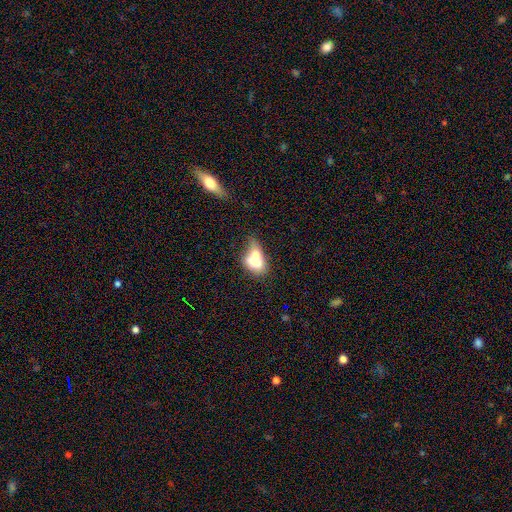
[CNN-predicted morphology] Smooth or featured? smooth (64%)
How rounded? in between (75%)
Merging? merger (65%)